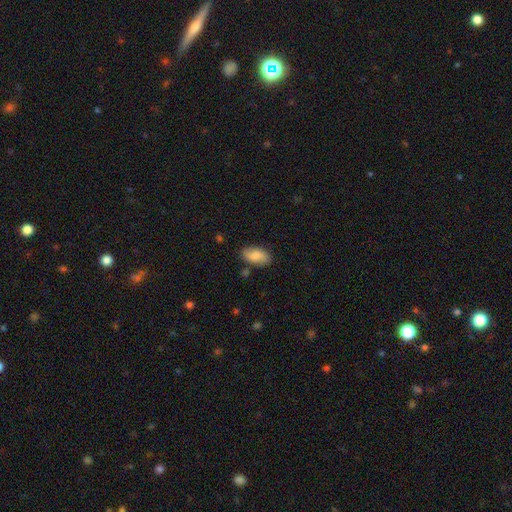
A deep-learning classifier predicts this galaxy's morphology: Smooth or featured?
  - smooth: 72% *
  - featured or disk: 21%
  - star or artifact: 7%
How rounded?
  - in between: 93% *
  - round: 4%
  - cigar-shaped: 3%
Merging?
  - none: 80% *
  - minor disturbance: 15%
  - major disturbance: 3%
  - merger: 3%